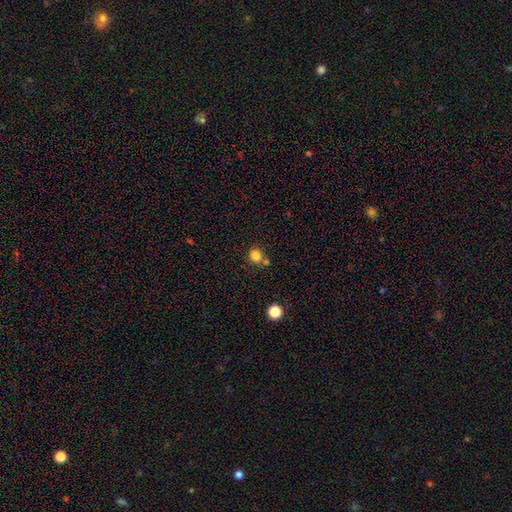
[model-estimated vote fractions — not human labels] smooth-or-featured: smooth: 82% | star or artifact: 12% | featured or disk: 5%
  how-rounded: round: 85% | in between: 14% | cigar-shaped: 1%
  merging: none: 70% | merger: 17% | minor disturbance: 10% | major disturbance: 3%